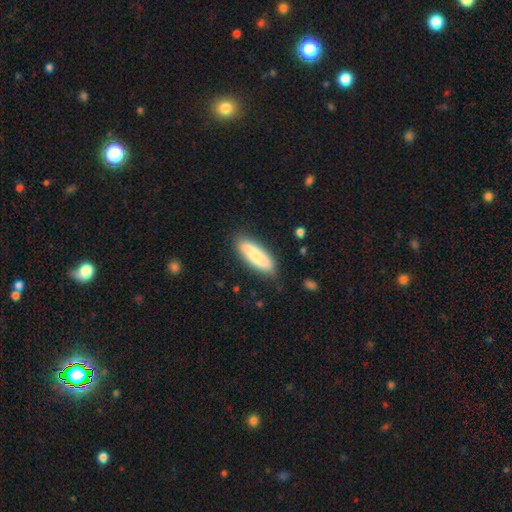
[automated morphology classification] Q: Smooth or featured?
A: smooth (76%); runner-up: featured or disk (19%)
Q: How rounded?
A: cigar-shaped (53%); runner-up: in between (46%)
Q: Merging?
A: none (82%); runner-up: minor disturbance (14%)